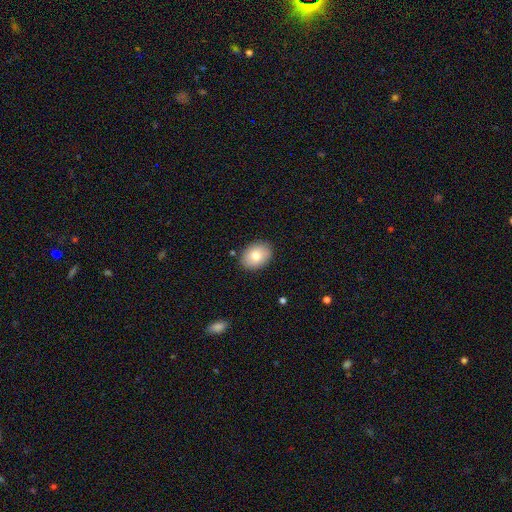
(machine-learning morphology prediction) type=smooth (78%); roundness=in between (72%); merging=none (88%).